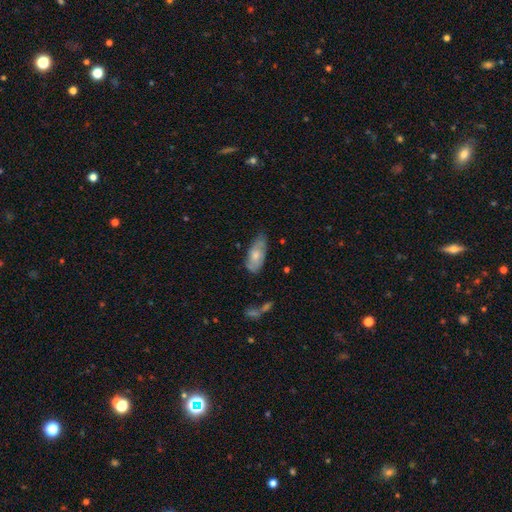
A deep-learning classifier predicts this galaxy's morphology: Overall: smooth (65%; featured or disk 29%). How rounded: in between (86%). Merging: none (59%; minor disturbance 32%).